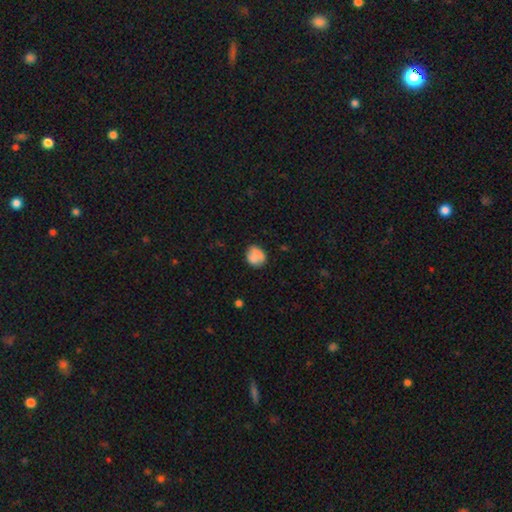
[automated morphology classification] This is likely a smooth galaxy (75%). How rounded: likely round (63%). Merging: likely none (62%).